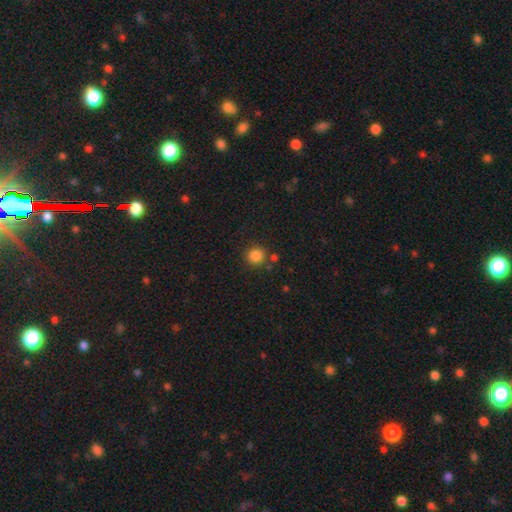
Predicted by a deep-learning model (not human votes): Overall: smooth (85%). How rounded: round (91%). Merging: none (82%).